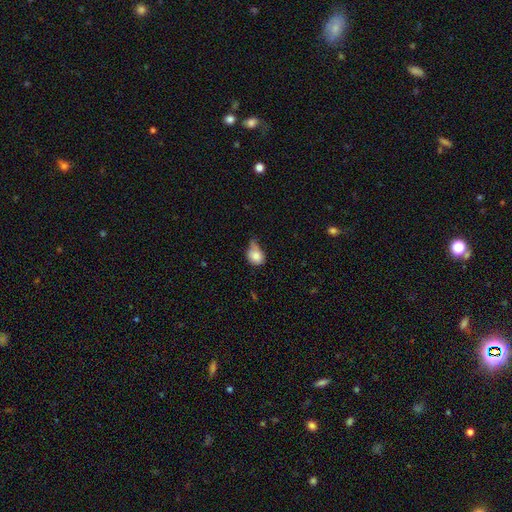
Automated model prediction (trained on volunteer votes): Overall: smooth (80%). How rounded: round (56%; in between 43%). Merging: minor disturbance (43%; none 29%).